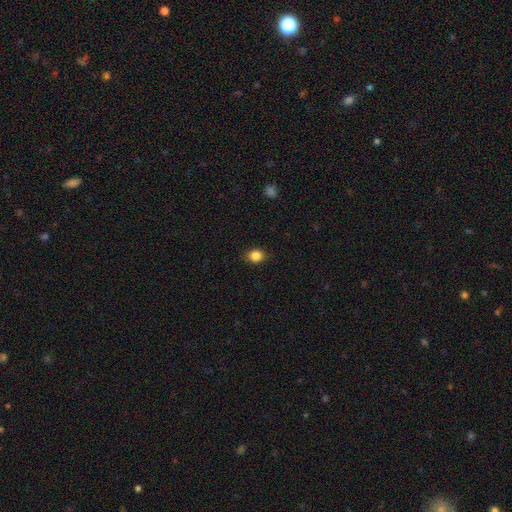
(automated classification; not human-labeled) Smooth or featured?
  - smooth: 85% *
  - star or artifact: 10%
  - featured or disk: 5%
How rounded?
  - round: 56% *
  - in between: 43%
  - cigar-shaped: 1%
Merging?
  - none: 87% *
  - minor disturbance: 10%
  - major disturbance: 2%
  - merger: 1%